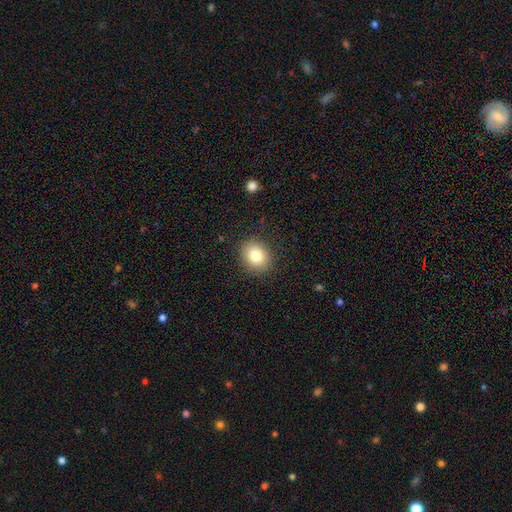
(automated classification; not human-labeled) Smooth or featured: smooth — 82% (star or artifact — 10%)
How rounded: round — 65% (in between — 34%)
Merging: none — 89% (minor disturbance — 8%)